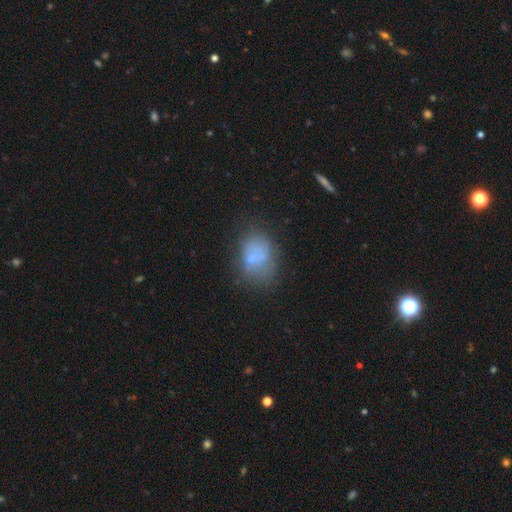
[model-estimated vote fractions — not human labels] Overall: smooth (66%). How rounded: in between (72%). Merging: none (50%; minor disturbance 27%).